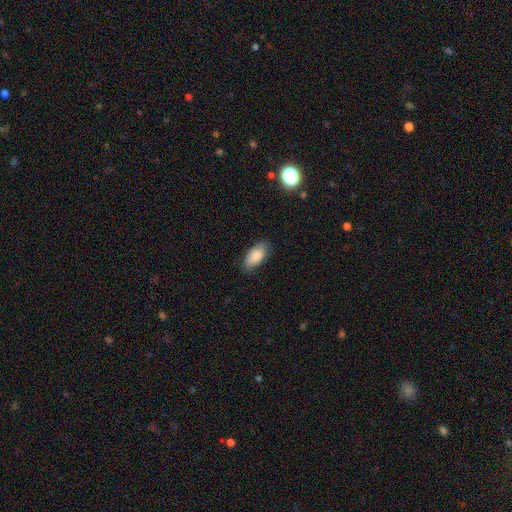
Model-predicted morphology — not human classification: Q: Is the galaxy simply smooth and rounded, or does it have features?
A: smooth — 85%.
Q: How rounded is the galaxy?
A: in between — 93%.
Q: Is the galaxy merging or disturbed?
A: none — 75%.